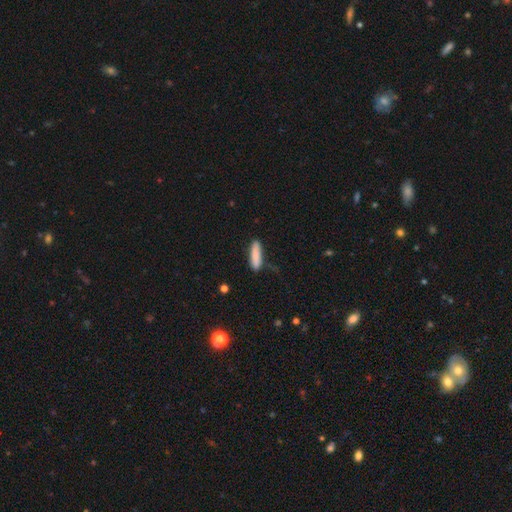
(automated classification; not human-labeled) Smooth or featured?
  - smooth: 85% *
  - featured or disk: 9%
  - star or artifact: 6%
How rounded?
  - cigar-shaped: 72% *
  - in between: 27%
  - round: 2%
Merging?
  - none: 77% *
  - minor disturbance: 17%
  - major disturbance: 3%
  - merger: 2%